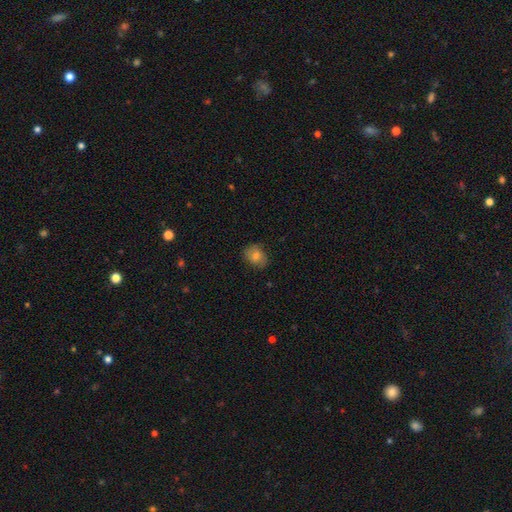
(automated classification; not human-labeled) Q: Smooth or featured?
A: smooth (73%); runner-up: featured or disk (17%)
Q: How rounded?
A: in between (59%); runner-up: round (40%)
Q: Merging?
A: none (78%); runner-up: minor disturbance (17%)